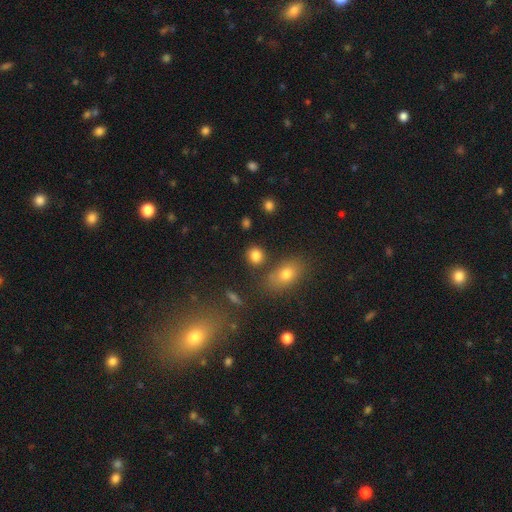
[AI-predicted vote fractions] Smooth or featured: smooth — 83% (star or artifact — 11%)
How rounded: round — 77% (in between — 21%)
Merging: none — 79% (minor disturbance — 9%)